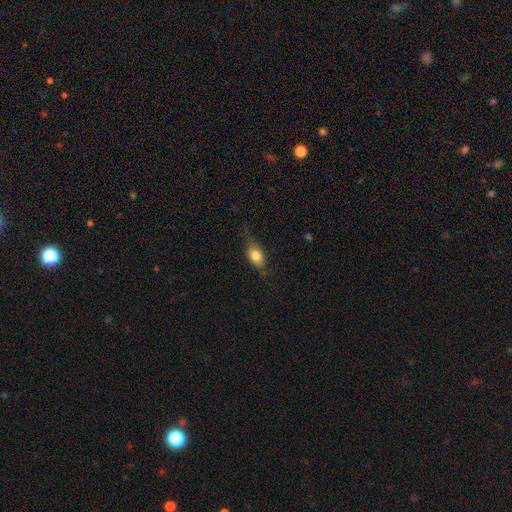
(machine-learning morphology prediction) type=smooth (77%); roundness=in between (82%); merging=none (59%).